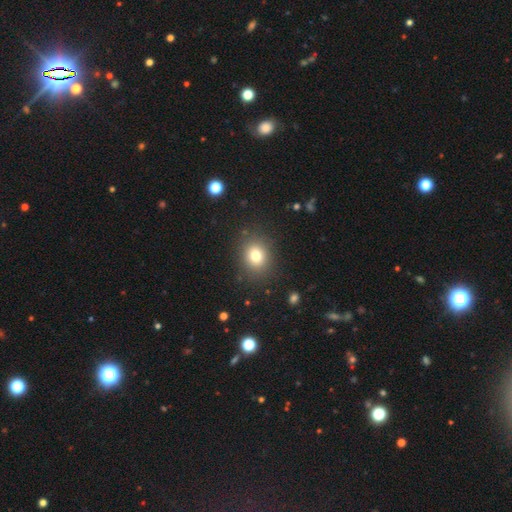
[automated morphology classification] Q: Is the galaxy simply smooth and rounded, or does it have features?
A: smooth — 77%.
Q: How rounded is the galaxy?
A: round — 64%.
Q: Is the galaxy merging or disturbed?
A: none — 86%.